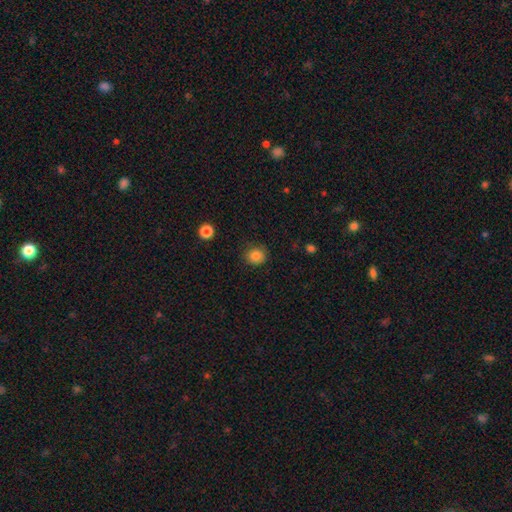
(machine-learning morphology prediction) Smooth or featured: smooth — 84% (star or artifact — 11%)
How rounded: round — 86% (in between — 13%)
Merging: none — 86% (minor disturbance — 10%)